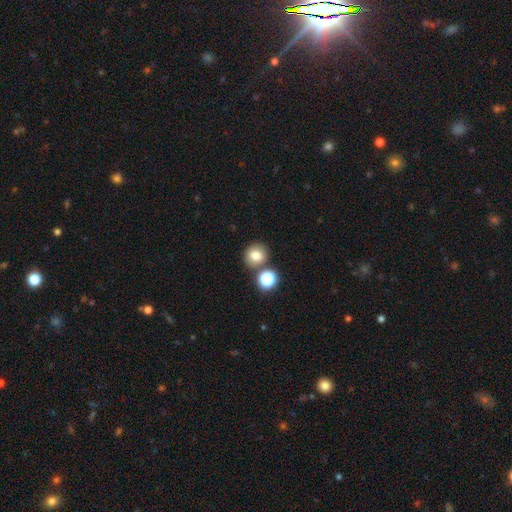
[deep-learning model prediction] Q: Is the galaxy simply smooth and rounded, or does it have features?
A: smooth — 77%.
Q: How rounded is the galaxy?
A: round — 86%.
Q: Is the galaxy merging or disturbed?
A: none — 72%.